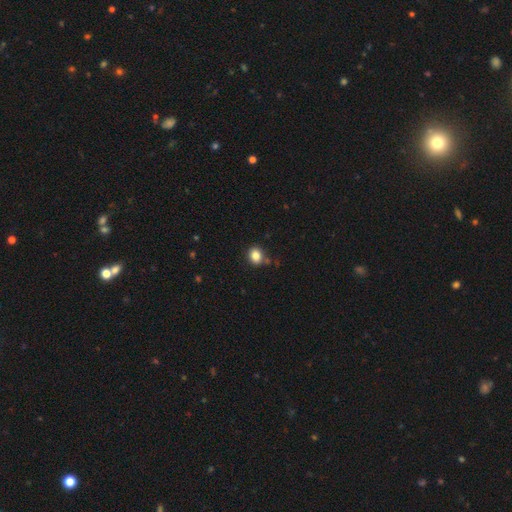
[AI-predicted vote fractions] This appears to be a smooth galaxy with no disk features (85%) that is round (64%). Merging: none (81%).